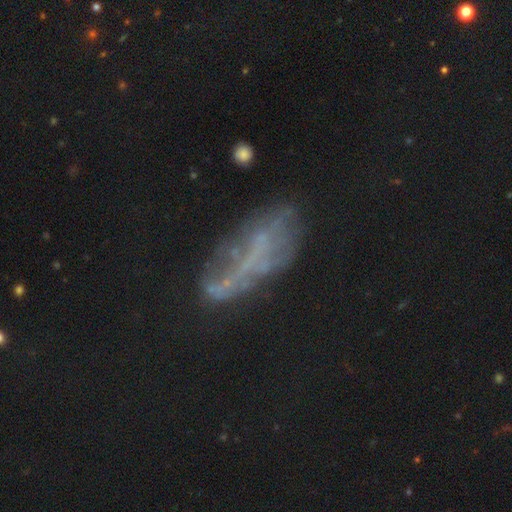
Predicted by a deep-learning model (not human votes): The model was most divided on "merging": none: 41%, major disturbance: 29%, minor disturbance: 23%, merger: 8%. More confident: edge-on disk — no (86%); smooth or featured — featured or disk (52%).